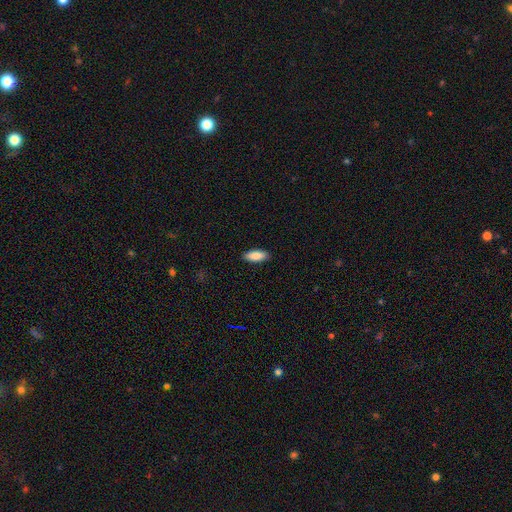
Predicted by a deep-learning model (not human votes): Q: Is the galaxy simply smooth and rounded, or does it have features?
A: smooth — 88%.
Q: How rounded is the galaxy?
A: in between — 78%.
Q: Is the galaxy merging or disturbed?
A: none — 89%.